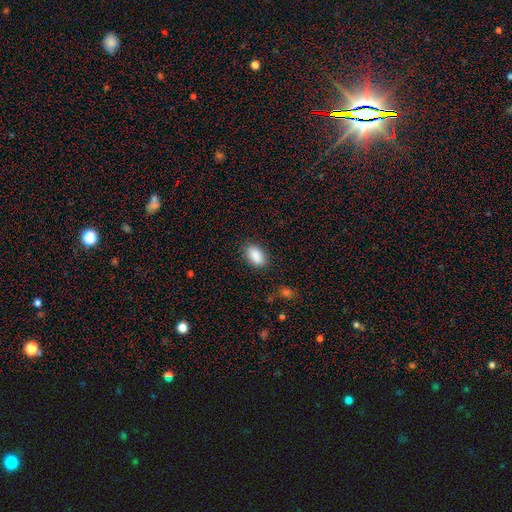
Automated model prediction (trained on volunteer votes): A smooth galaxy with no disk features (89%) that is in between round and cigar-shaped (91%).

Vote fractions:
- Smooth or featured? smooth: 89% / star or artifact: 7% / featured or disk: 4%
- How rounded? in between: 91% / round: 6% / cigar-shaped: 3%
- Merging? none: 85% / minor disturbance: 11% / major disturbance: 3% / merger: 1%